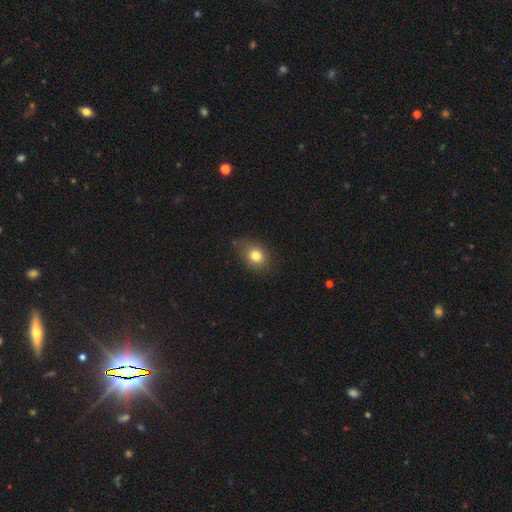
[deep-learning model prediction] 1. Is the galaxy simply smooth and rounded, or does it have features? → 80% smooth, 11% star or artifact, 9% featured or disk.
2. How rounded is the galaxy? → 55% in between, 43% round, 1% cigar-shaped.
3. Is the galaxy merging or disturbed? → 73% none, 20% minor disturbance, 5% major disturbance, 2% merger.